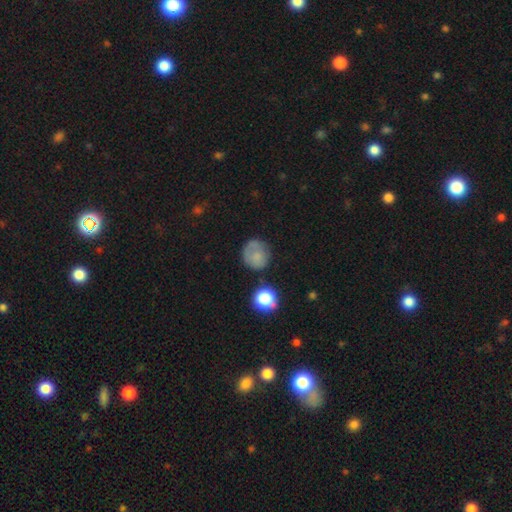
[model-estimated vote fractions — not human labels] Smooth or featured: smooth — 71% (featured or disk — 19%)
How rounded: round — 85% (in between — 14%)
Merging: none — 61% (minor disturbance — 24%)